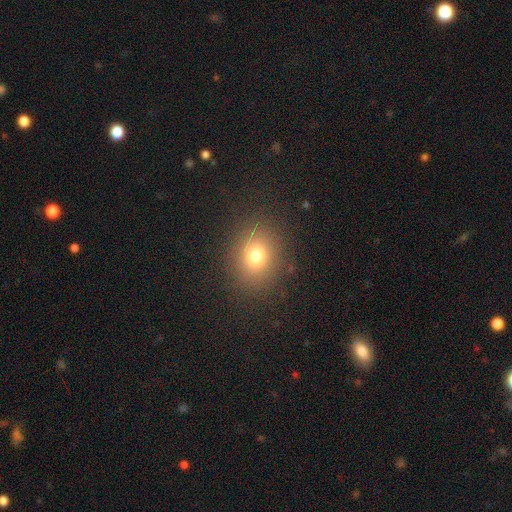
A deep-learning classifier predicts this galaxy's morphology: A smooth galaxy with no disk features (76%) that is round (64%).

Vote fractions:
- Smooth or featured? smooth: 76% / star or artifact: 15% / featured or disk: 9%
- How rounded? round: 64% / in between: 35% / cigar-shaped: 1%
- Merging? none: 87% / minor disturbance: 8% / major disturbance: 4% / merger: 1%